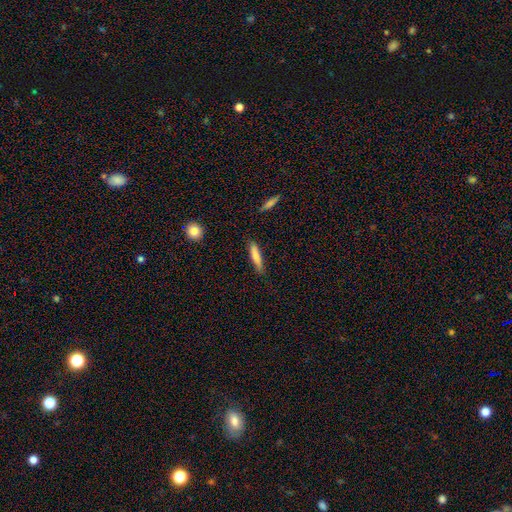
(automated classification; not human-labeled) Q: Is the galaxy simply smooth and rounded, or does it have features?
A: smooth — 78%.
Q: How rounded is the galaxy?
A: cigar-shaped — 86%.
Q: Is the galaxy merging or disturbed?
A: none — 81%.